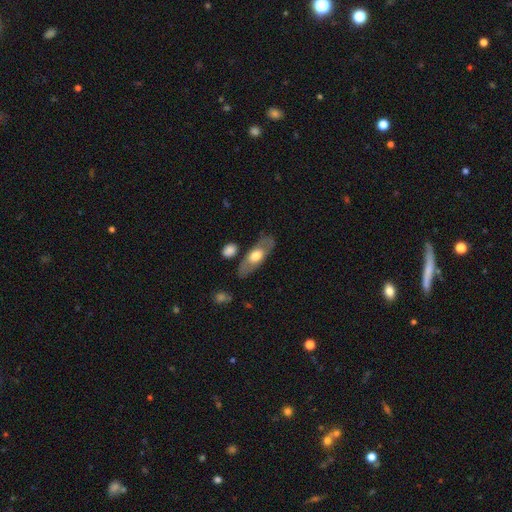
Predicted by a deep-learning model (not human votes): smooth-or-featured: featured or disk: 48% | smooth: 47% | star or artifact: 6%
  merging: none: 78% | minor disturbance: 13% | merger: 5% | major disturbance: 4%